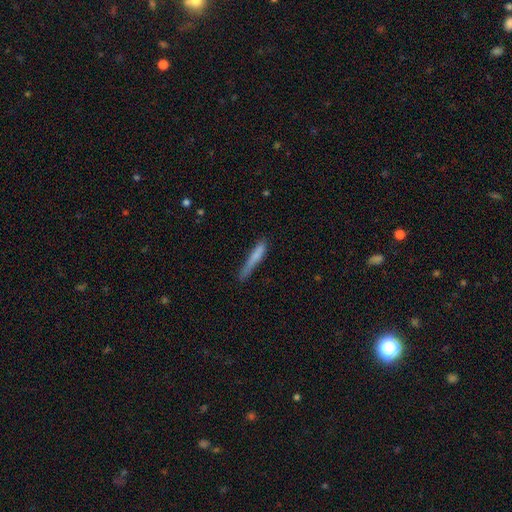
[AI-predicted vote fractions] Smooth or featured: smooth — 72% (featured or disk — 21%)
How rounded: cigar-shaped — 93% (in between — 5%)
Merging: none — 57% (minor disturbance — 28%)